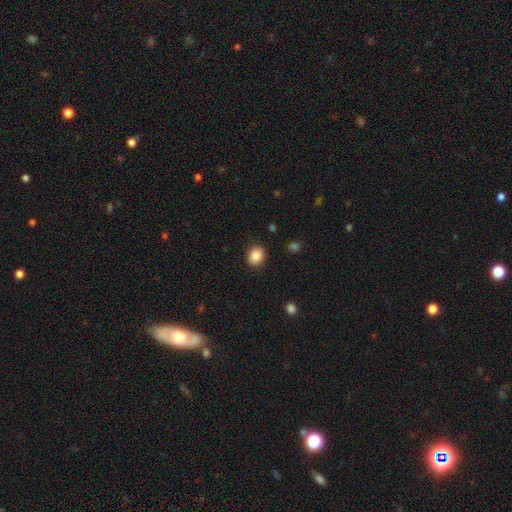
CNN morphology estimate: smooth_or_featured: smooth (p=0.86) [alt: star or artifact p=0.09]
how_rounded: round (p=0.73) [alt: in between p=0.26]
merging: none (p=0.90) [alt: minor disturbance p=0.07]